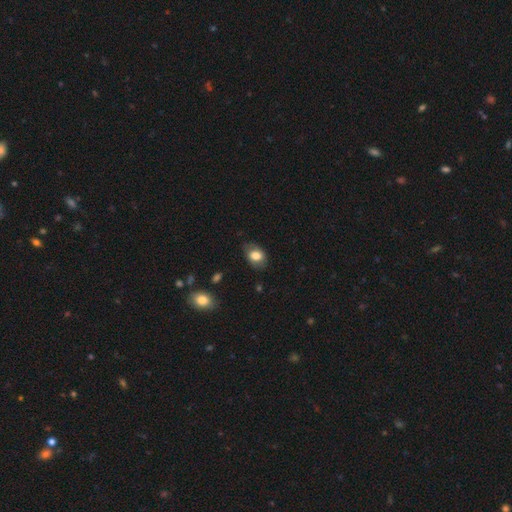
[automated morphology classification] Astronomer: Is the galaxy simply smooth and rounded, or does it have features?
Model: smooth — 76%.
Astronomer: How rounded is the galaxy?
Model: in between — 79%.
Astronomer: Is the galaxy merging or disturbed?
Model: none — 74%.